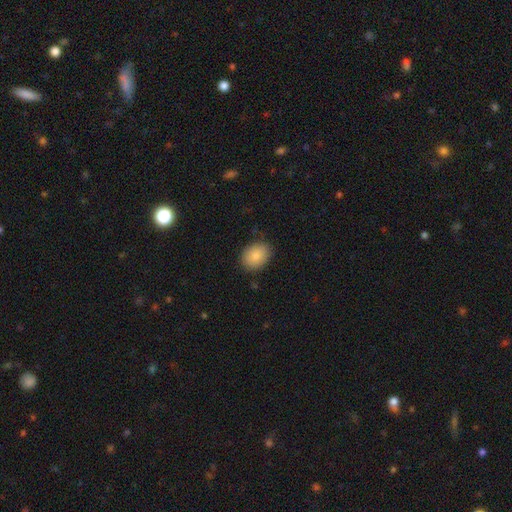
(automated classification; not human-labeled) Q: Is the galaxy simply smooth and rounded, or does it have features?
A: smooth — 87%.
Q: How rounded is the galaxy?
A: in between — 65%.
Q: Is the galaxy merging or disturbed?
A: none — 85%.